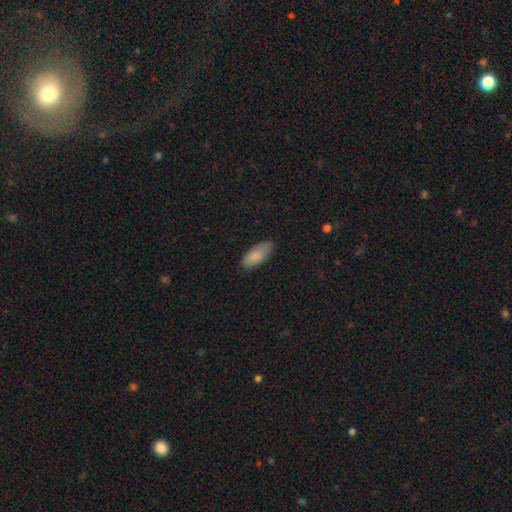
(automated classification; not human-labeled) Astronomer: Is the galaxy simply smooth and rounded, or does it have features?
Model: smooth — 87%.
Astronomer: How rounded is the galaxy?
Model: in between — 85%.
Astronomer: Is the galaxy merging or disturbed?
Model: none — 81%.